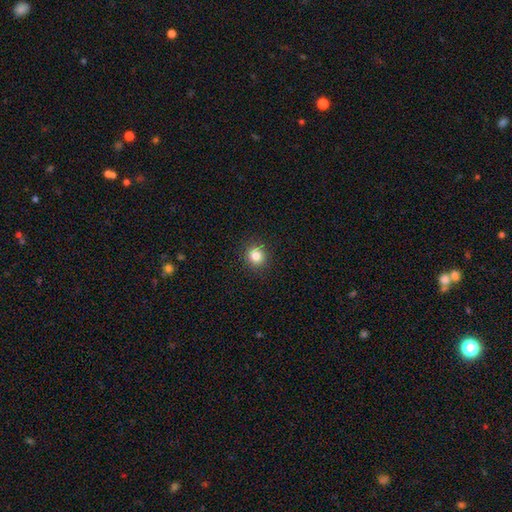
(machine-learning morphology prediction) This appears to be a smooth galaxy with no disk features (83%) that is round (89%). Merging: none (91%).